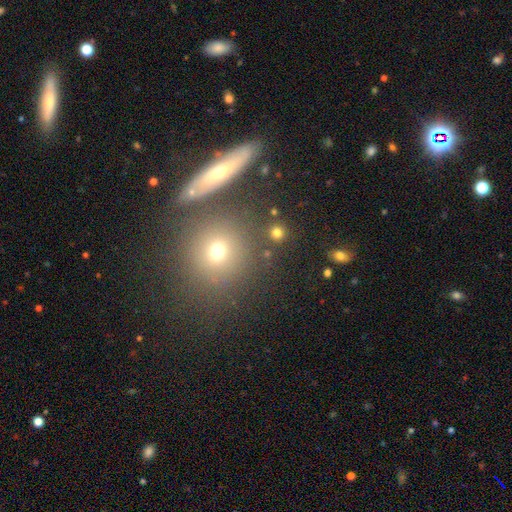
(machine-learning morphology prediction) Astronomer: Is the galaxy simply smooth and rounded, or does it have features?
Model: smooth — 56%.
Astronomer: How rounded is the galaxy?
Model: round — 82%.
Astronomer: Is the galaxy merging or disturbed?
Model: none — 76%.